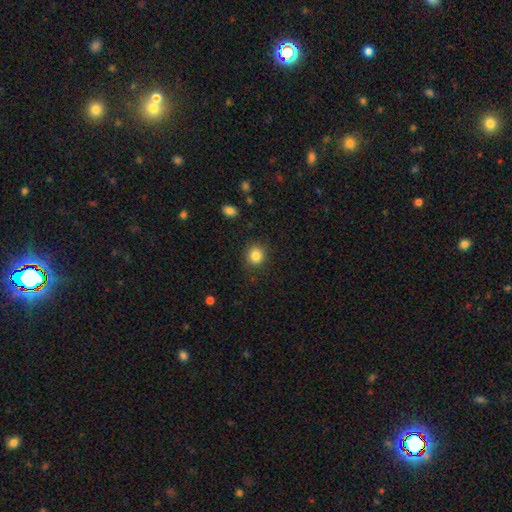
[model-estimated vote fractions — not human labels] Smooth or featured? Predicted: smooth (p=0.85). How rounded? Predicted: round (p=0.84). Merging? Predicted: none (p=0.88).